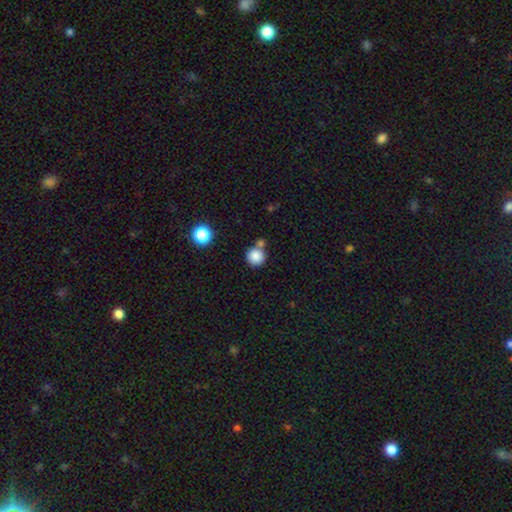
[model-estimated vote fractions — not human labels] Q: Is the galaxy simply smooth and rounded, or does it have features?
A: smooth — 84%.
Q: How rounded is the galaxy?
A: round — 94%.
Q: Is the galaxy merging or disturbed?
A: none — 65%.